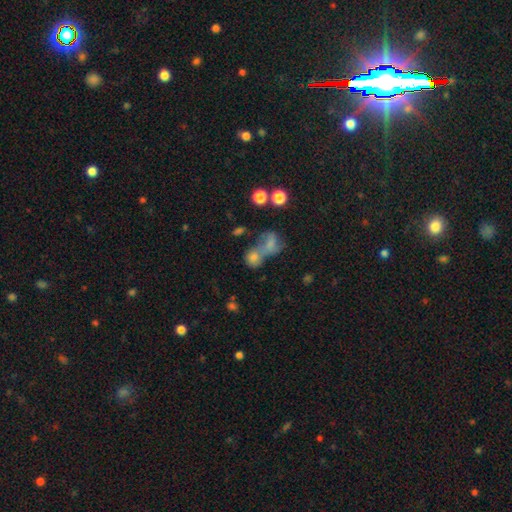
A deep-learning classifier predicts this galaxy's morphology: smooth 69%, featured or disk 16%, star or artifact 15%. Down the decision tree: how rounded — round (54%); merging — merger (62%).